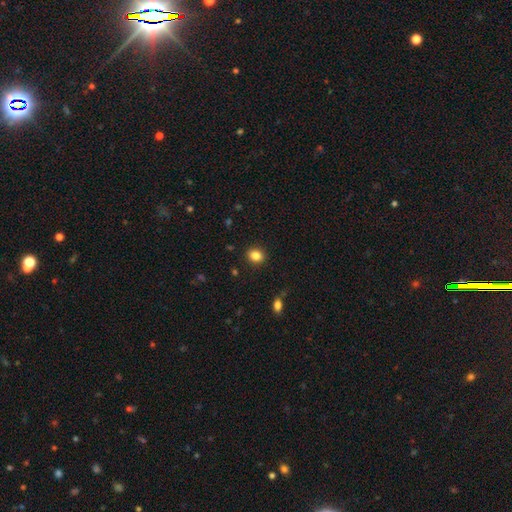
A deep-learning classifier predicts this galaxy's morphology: The model was most divided on "how rounded": round: 61%, in between: 38%, cigar-shaped: 1%. More confident: merging — none (89%); smooth or featured — smooth (85%).